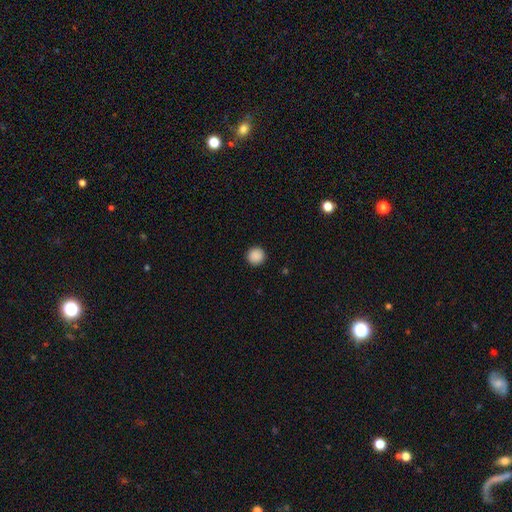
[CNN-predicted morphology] smooth 89%, star or artifact 9%, featured or disk 2%. Down the decision tree: how rounded — round (96%); merging — none (93%).